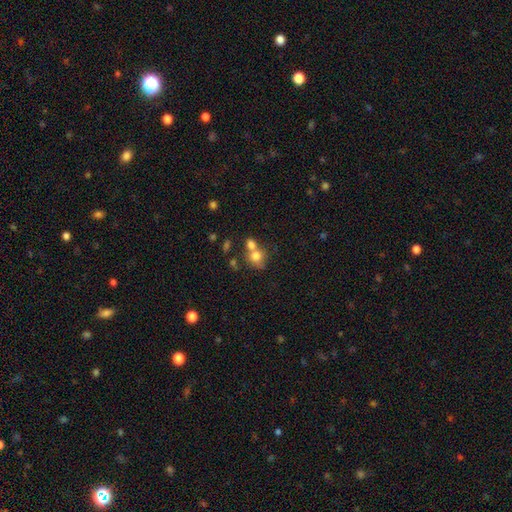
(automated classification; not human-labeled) This appears to be a smooth galaxy with no disk features (74%) that is round (69%). Merging: merger (51%).